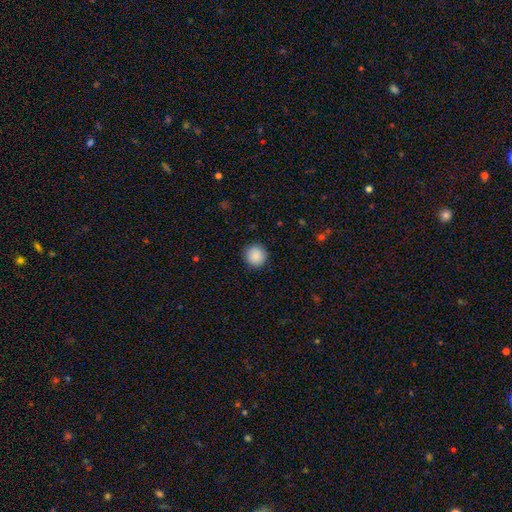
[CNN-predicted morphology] type=smooth (89%); roundness=round (94%); merging=none (92%).